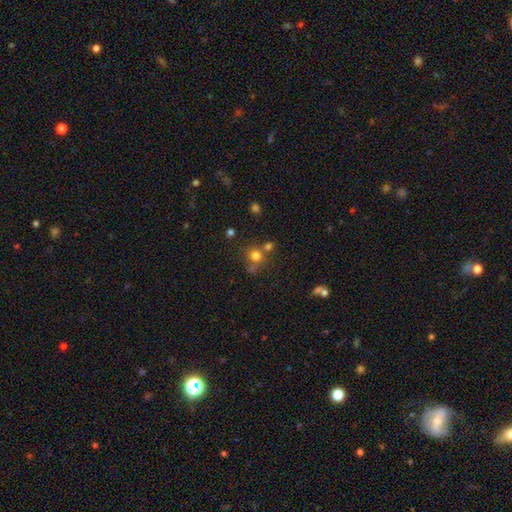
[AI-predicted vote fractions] This appears to be a smooth galaxy with no disk features (74%) that is round (88%). Merging: none (60%).